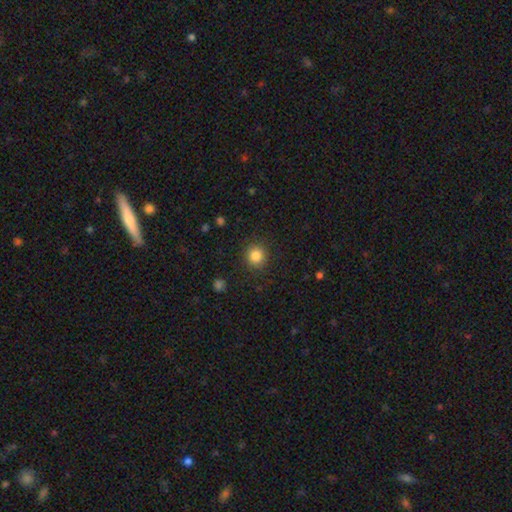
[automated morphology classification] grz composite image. It shows a smooth galaxy with no disk features (84%) that is round (91%). Merging: none (89%).